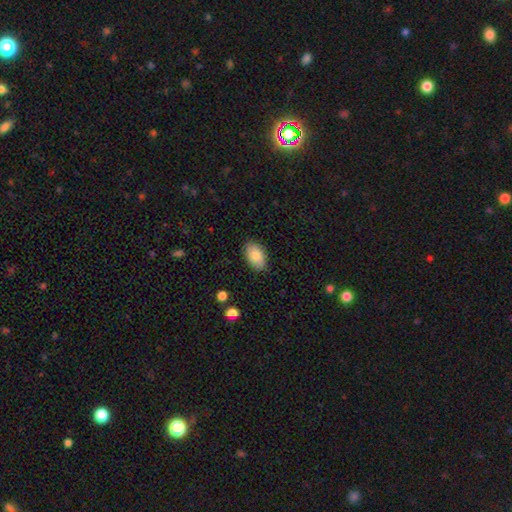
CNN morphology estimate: A smooth galaxy with no disk features (87%) that is in between round and cigar-shaped (93%).

Vote fractions:
- Smooth or featured? smooth: 87% / star or artifact: 6% / featured or disk: 6%
- How rounded? in between: 93% / round: 5% / cigar-shaped: 1%
- Merging? none: 87% / minor disturbance: 10% / major disturbance: 2% / merger: 1%